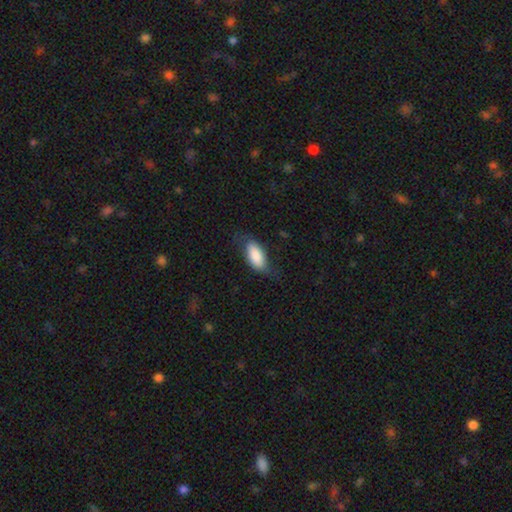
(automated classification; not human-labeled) This is clearly a smooth galaxy (81%). How rounded: clearly in between (88%). Merging: likely none (62%).